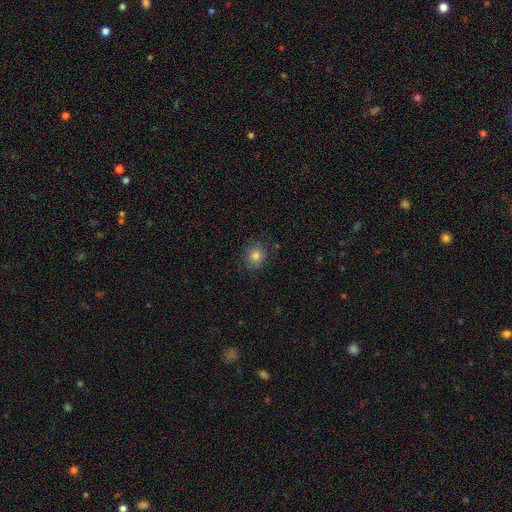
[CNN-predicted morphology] Smooth or featured?
  - smooth: 81% *
  - star or artifact: 11%
  - featured or disk: 7%
How rounded?
  - round: 81% *
  - in between: 18%
  - cigar-shaped: 1%
Merging?
  - none: 85% *
  - minor disturbance: 11%
  - major disturbance: 3%
  - merger: 1%